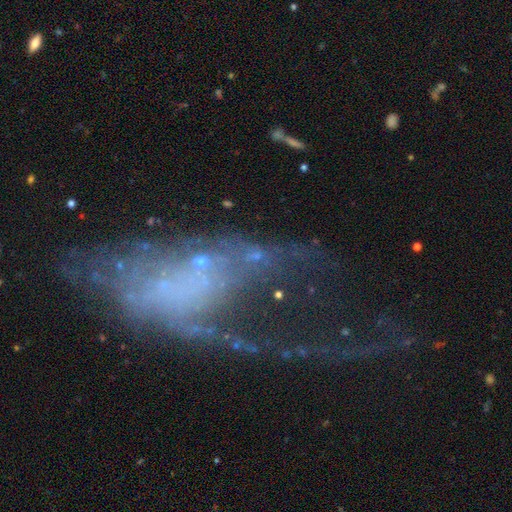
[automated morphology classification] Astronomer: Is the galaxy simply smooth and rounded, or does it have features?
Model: featured or disk — 49% (runner-up: star or artifact, 30%).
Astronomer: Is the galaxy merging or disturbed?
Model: none — 51%.